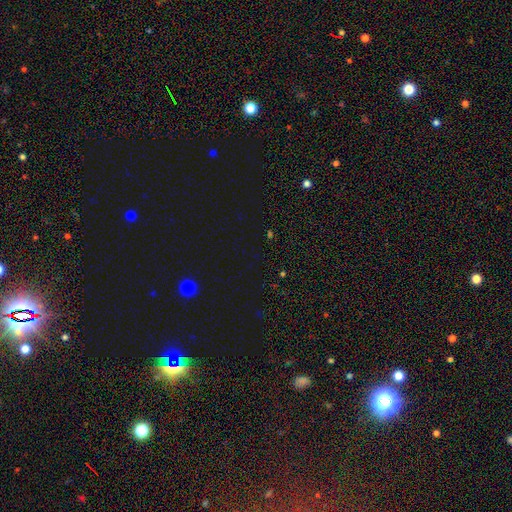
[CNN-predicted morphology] type=star or artifact (68%).